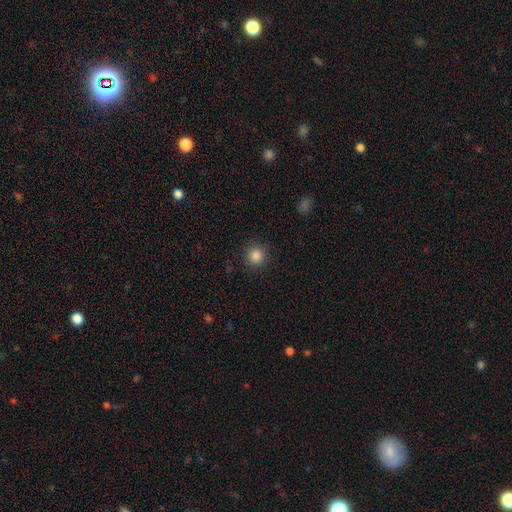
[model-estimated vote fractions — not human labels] smooth 86%, star or artifact 11%, featured or disk 3%. Down the decision tree: how rounded — round (93%); merging — none (91%).